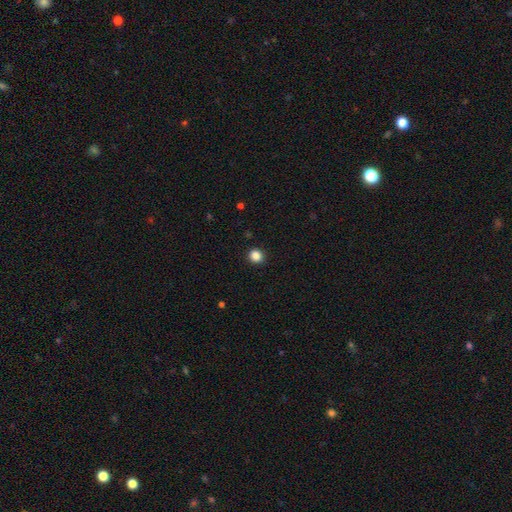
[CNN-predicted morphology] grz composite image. It shows a smooth galaxy with no disk features (86%) that is round (87%). Merging: none (92%).